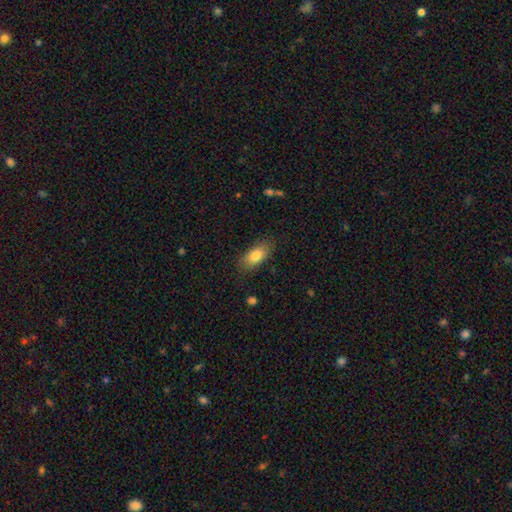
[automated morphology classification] type=smooth (81%); roundness=in between (87%); merging=none (80%).